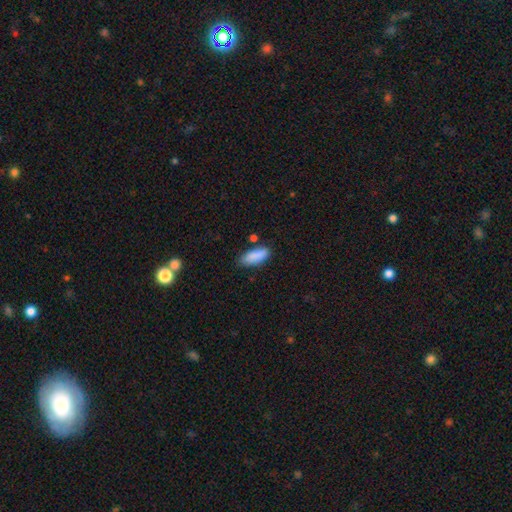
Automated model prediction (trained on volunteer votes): This is clearly a smooth galaxy (88%). How rounded: likely in between (75%). Merging: likely none (75%).